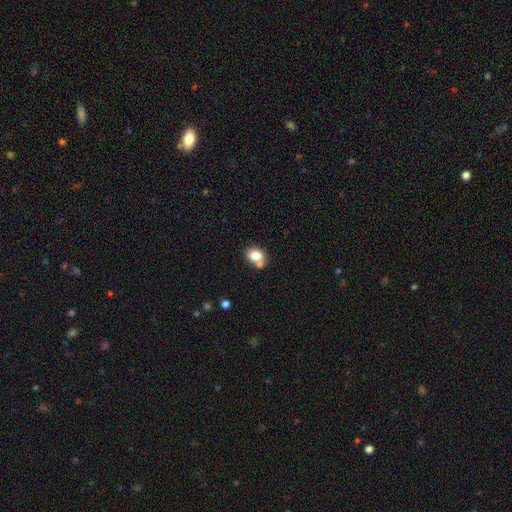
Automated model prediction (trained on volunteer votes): A smooth galaxy with no disk features (81%) that is round (56%).

Vote fractions:
- Smooth or featured? smooth: 81% / star or artifact: 10% / featured or disk: 9%
- How rounded? round: 56% / in between: 43% / cigar-shaped: 1%
- Merging? none: 57% / merger: 27% / minor disturbance: 12% / major disturbance: 4%